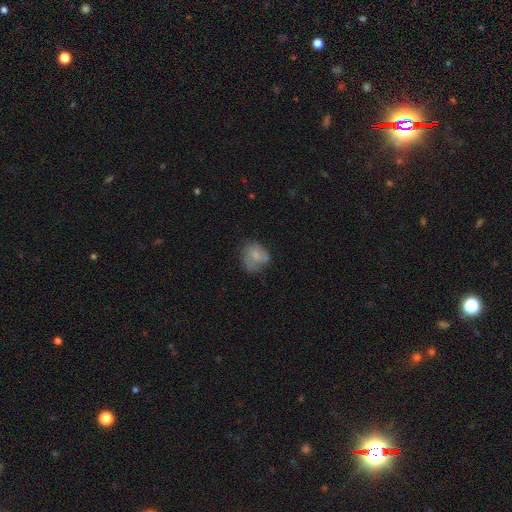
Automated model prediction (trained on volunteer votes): Overall: smooth (59%; featured or disk 32%). How rounded: round (69%; in between 30%). Merging: none (51%; minor disturbance 28%).